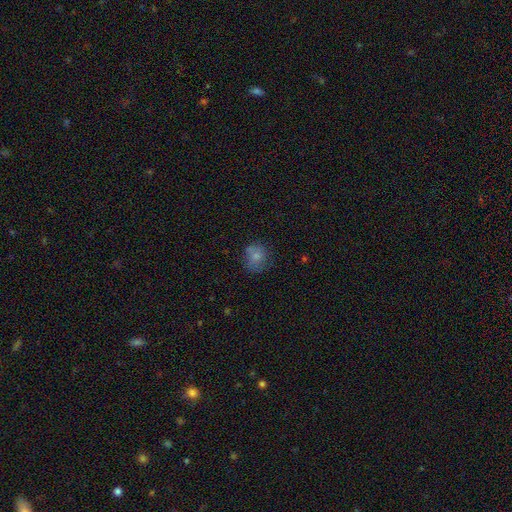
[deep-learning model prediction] A smooth galaxy with no disk features (73%) that is round (74%).

Vote fractions:
- Smooth or featured? smooth: 73% / featured or disk: 16% / star or artifact: 11%
- How rounded? round: 74% / in between: 25% / cigar-shaped: 1%
- Merging? none: 60% / minor disturbance: 24% / major disturbance: 12% / merger: 4%